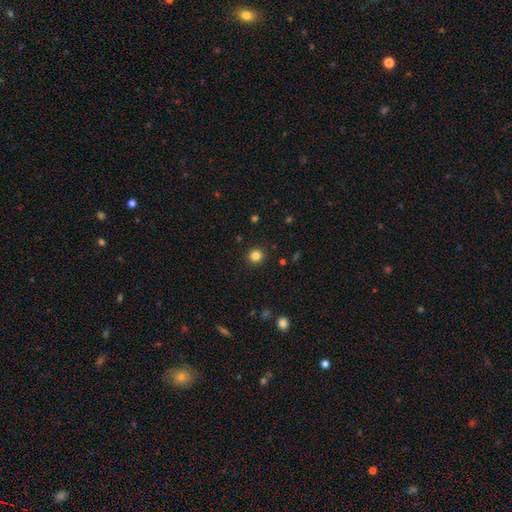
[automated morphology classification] The model was most divided on "smooth or featured": smooth: 83%, star or artifact: 13%, featured or disk: 4%. More confident: how rounded — round (94%); merging — none (93%).